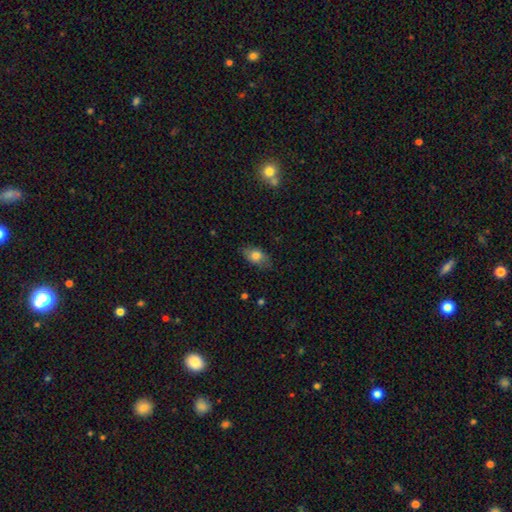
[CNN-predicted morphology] Smooth or featured? Predicted: smooth (p=0.76). How rounded? Predicted: in between (p=0.88). Merging? Predicted: none (p=0.77).